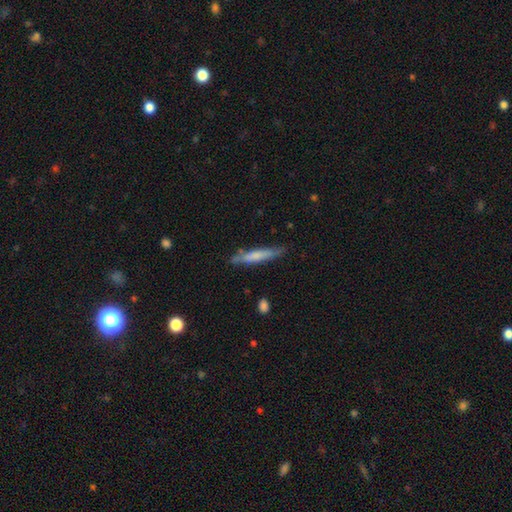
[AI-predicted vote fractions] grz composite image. It shows a smooth galaxy with no disk features (59%) that is cigar-shaped (92%). Merging: none (76%).